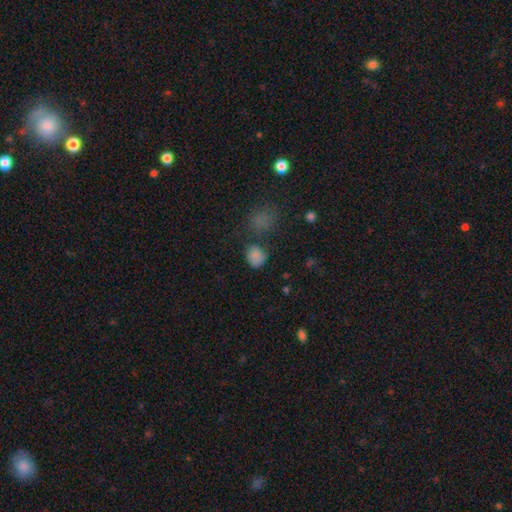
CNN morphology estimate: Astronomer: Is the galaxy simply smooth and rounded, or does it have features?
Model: smooth — 80%.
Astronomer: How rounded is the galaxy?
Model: round — 61% (runner-up: in between, 38%).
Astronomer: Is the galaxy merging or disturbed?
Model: none — 59%.